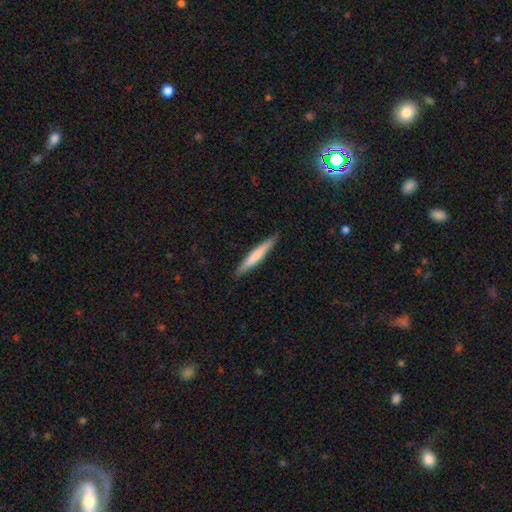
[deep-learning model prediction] This appears to be a smooth galaxy with no disk features (69%) that is cigar-shaped (95%). Merging: none (90%).